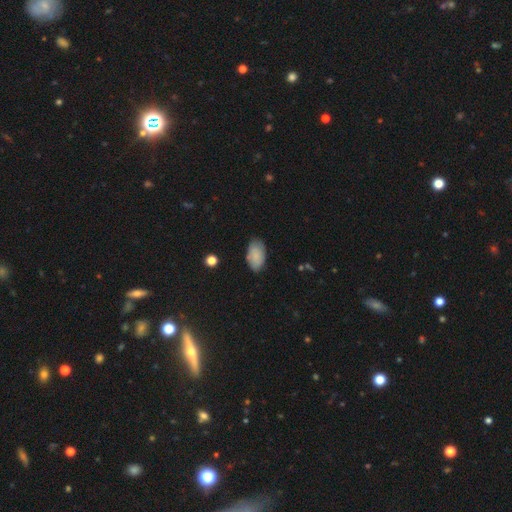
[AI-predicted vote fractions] A smooth galaxy with no disk features (81%) that is in between round and cigar-shaped (95%). Merging: none (78%).